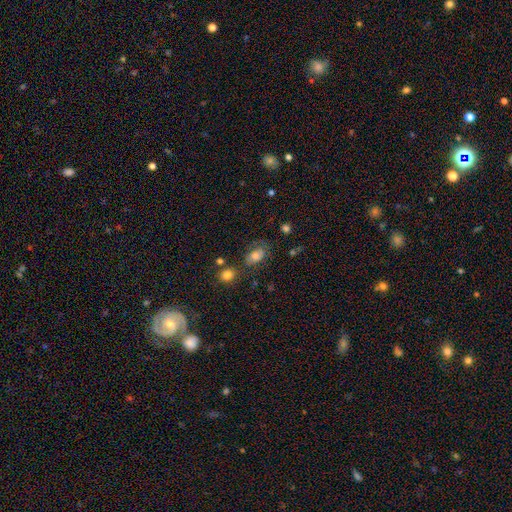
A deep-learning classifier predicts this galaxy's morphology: smooth 67%, featured or disk 22%, star or artifact 11%. Down the decision tree: how rounded — in between (84%); merging — none (56%).